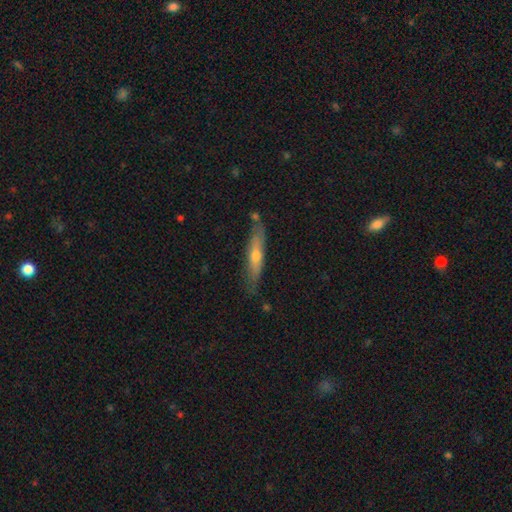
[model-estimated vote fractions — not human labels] This appears to be a featured or disk galaxy (48%). Merging: none (76%).